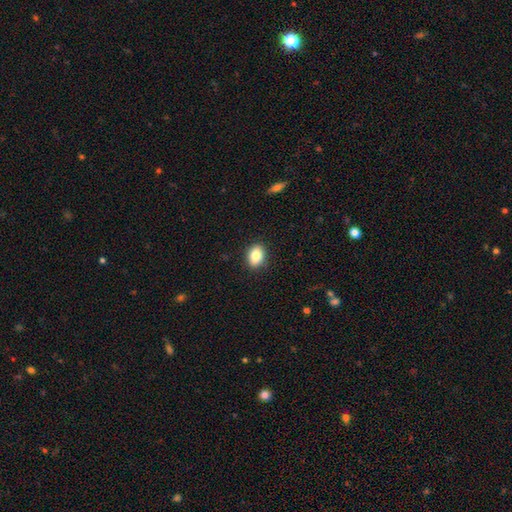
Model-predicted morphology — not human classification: Smooth or featured? smooth (83%)
How rounded? in between (76%)
Merging? none (89%)